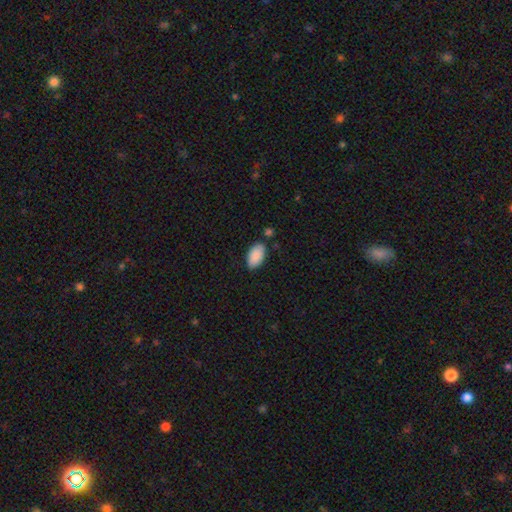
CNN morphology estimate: Smooth or featured? Predicted: smooth (p=0.89). How rounded? Predicted: in between (p=0.95). Merging? Predicted: none (p=0.78).